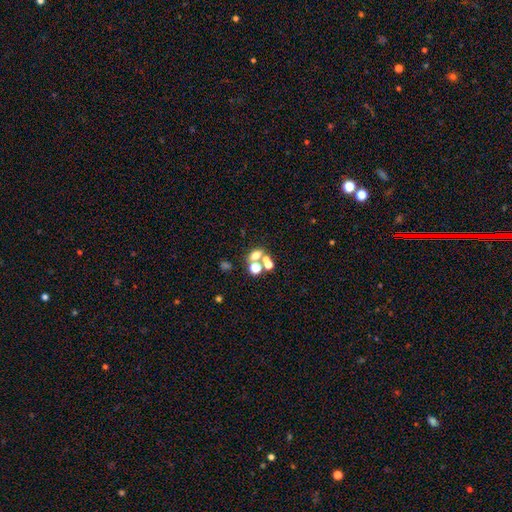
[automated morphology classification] The model was most divided on "merging" (2-way tie): merger: 43%, none: 43%, minor disturbance: 8%, major disturbance: 6%. More confident: smooth or featured — smooth (58%); how rounded — round (50%).